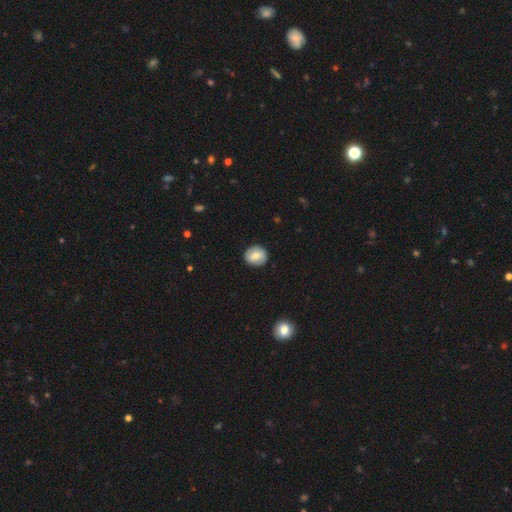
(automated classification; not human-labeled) Morphology: type=smooth (70%); roundness=round (81%); merging=none (88%).